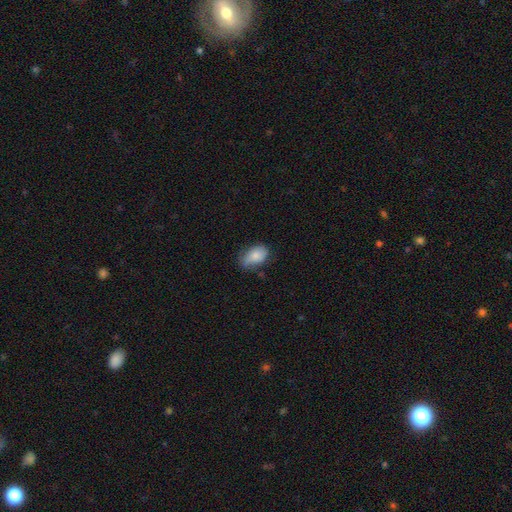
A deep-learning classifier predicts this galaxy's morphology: A smooth galaxy with no disk features (80%) that is in between round and cigar-shaped (88%).

Vote fractions:
- Smooth or featured? smooth: 80% / featured or disk: 12% / star or artifact: 8%
- How rounded? in between: 88% / round: 10% / cigar-shaped: 2%
- Merging? none: 57% / minor disturbance: 33% / major disturbance: 8% / merger: 2%